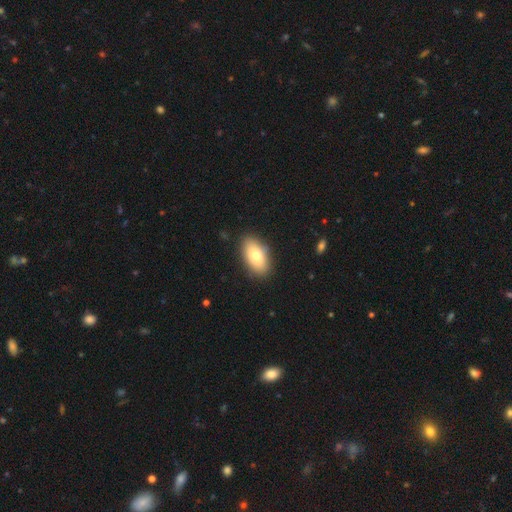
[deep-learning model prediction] Overall: smooth (77%). How rounded: in between (92%). Merging: none (88%).